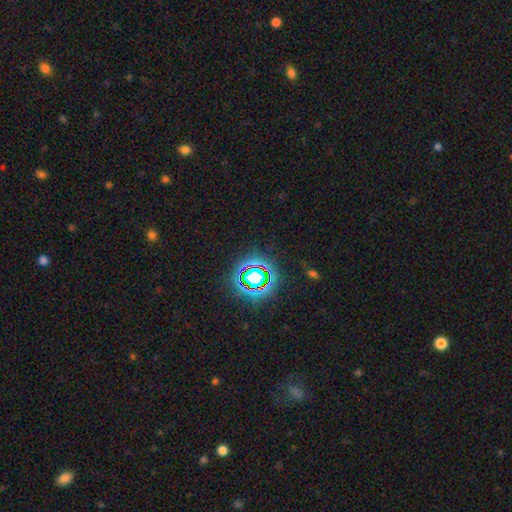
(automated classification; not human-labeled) smooth-or-featured: star or artifact: 77% | smooth: 15% | featured or disk: 8%